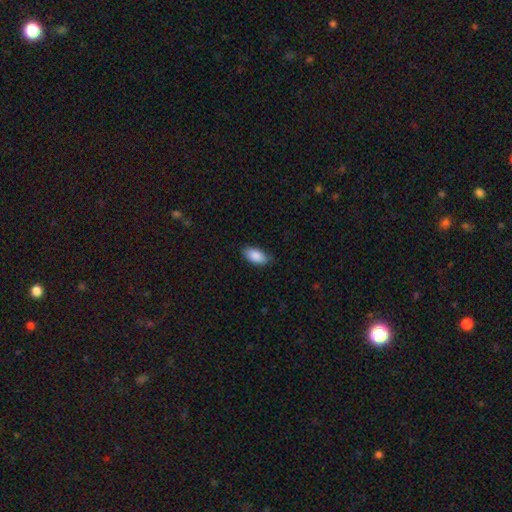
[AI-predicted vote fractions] smooth-or-featured: smooth: 88% | star or artifact: 6% | featured or disk: 6%
  how-rounded: in between: 93% | cigar-shaped: 4% | round: 3%
  merging: none: 83% | minor disturbance: 14% | major disturbance: 2% | merger: 1%